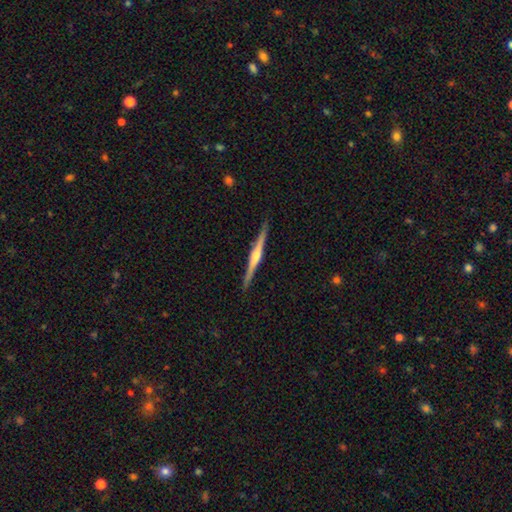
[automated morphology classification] This is clearly a featured or disk galaxy (81%). It is clearly viewed edge-on (99%). Edge-on bulge: likely rounded (80%). Merging: clearly none (91%).